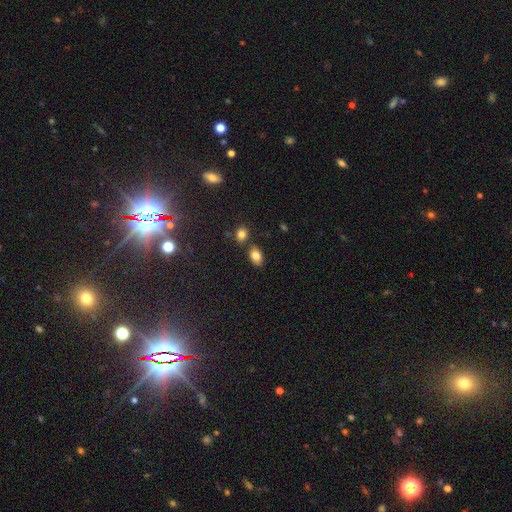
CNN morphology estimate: A smooth galaxy with no disk features (81%) that is in between round and cigar-shaped (85%).

Vote fractions:
- Smooth or featured? smooth: 81% / star or artifact: 10% / featured or disk: 9%
- How rounded? in between: 85% / round: 13% / cigar-shaped: 2%
- Merging? none: 72% / merger: 13% / minor disturbance: 12% / major disturbance: 3%